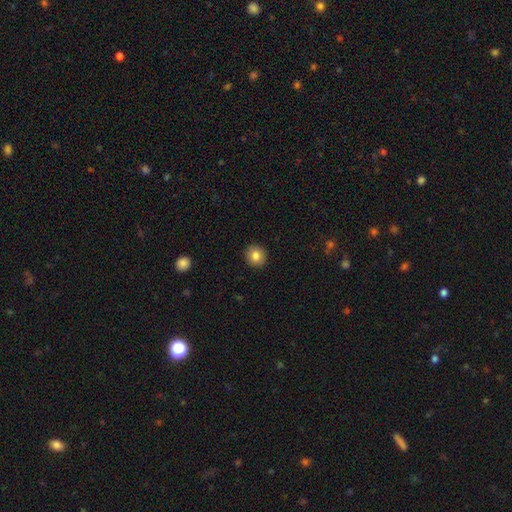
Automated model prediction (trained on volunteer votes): Morphology: type=smooth (83%); roundness=round (90%); merging=none (93%).